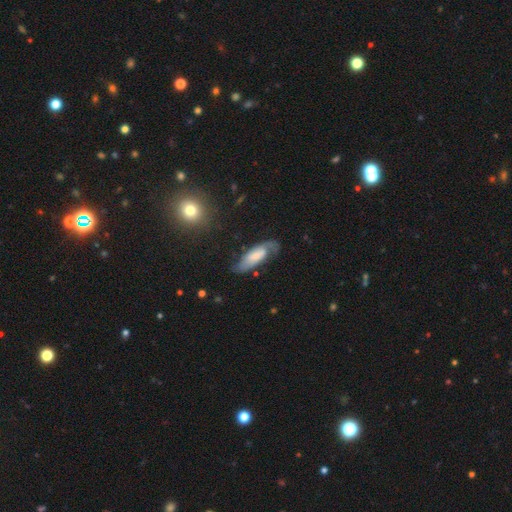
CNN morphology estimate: smooth-or-featured: featured or disk: 53% | smooth: 40% | star or artifact: 7%
  disk-edge-on: no: 85% | yes: 15%
  merging: none: 52% | minor disturbance: 27% | major disturbance: 18% | merger: 3%